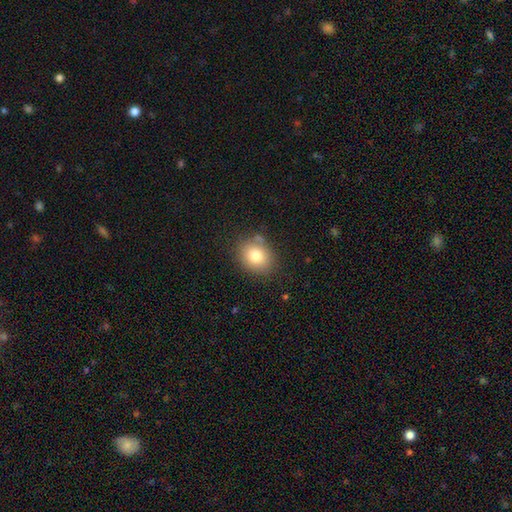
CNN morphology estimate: This appears to be a smooth galaxy with no disk features (79%) that is round (55%). Merging: none (77%).